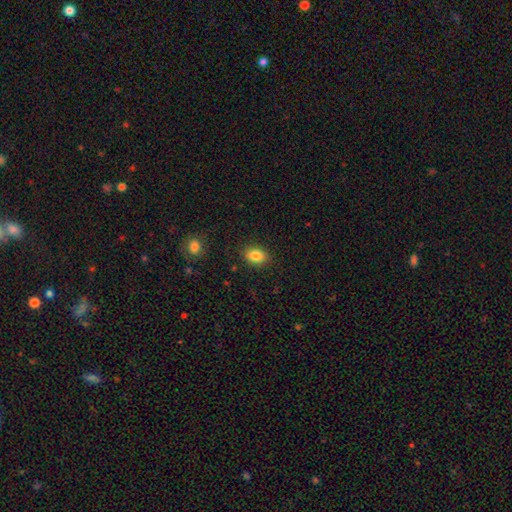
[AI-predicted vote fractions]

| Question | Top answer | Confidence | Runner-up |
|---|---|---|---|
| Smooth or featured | smooth | 85% | star or artifact (9%) |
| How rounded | in between | 71% | round (27%) |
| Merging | none | 87% | minor disturbance (9%) |